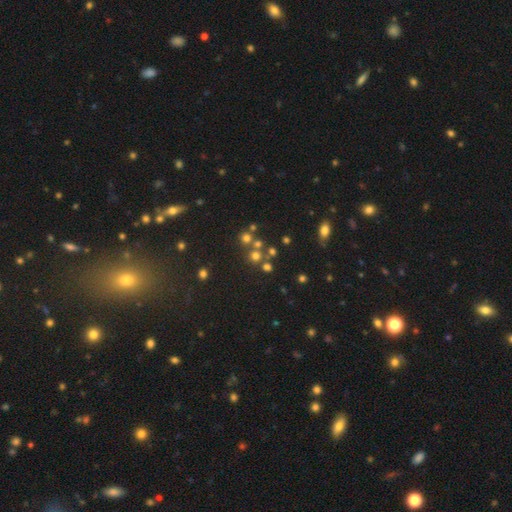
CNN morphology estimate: A smooth galaxy with no disk features (60%) that is round (90%).

Vote fractions:
- Smooth or featured? smooth: 60% / star or artifact: 29% / featured or disk: 12%
- How rounded? round: 90% / in between: 9% / cigar-shaped: 1%
- Merging? none: 66% / merger: 23% / minor disturbance: 7% / major disturbance: 4%